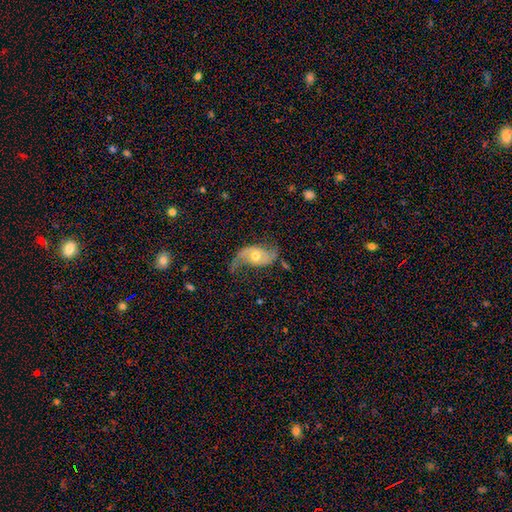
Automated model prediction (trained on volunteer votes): Smooth or featured: featured or disk — 80% (smooth — 14%)
Edge-on disk: no — 96% (yes — 4%)
Bar: no — 64% (weak — 28%)
Spiral arms: yes — 92% (no — 8%)
Spiral winding: loose — 69% (medium — 24%)
Spiral arm count: 2 — 83% (1 — 10%)
Bulge size: moderate — 64% (small — 29%)
Merging: none — 53% (minor disturbance — 24%)